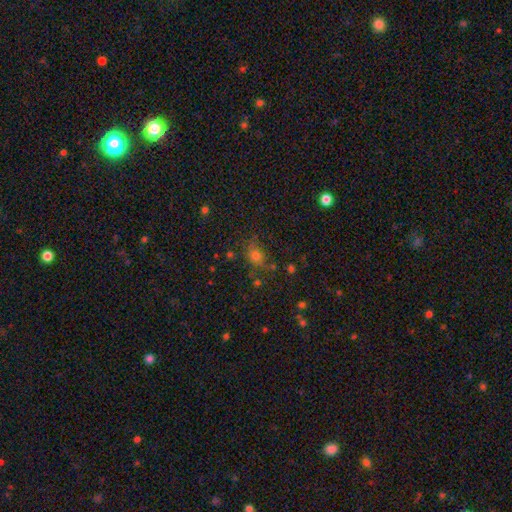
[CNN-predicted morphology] A smooth galaxy with no disk features (67%) that is round (54%).

Vote fractions:
- Smooth or featured? smooth: 67% / star or artifact: 23% / featured or disk: 10%
- How rounded? round: 54% / in between: 43% / cigar-shaped: 2%
- Merging? none: 62% / minor disturbance: 21% / major disturbance: 10% / merger: 7%